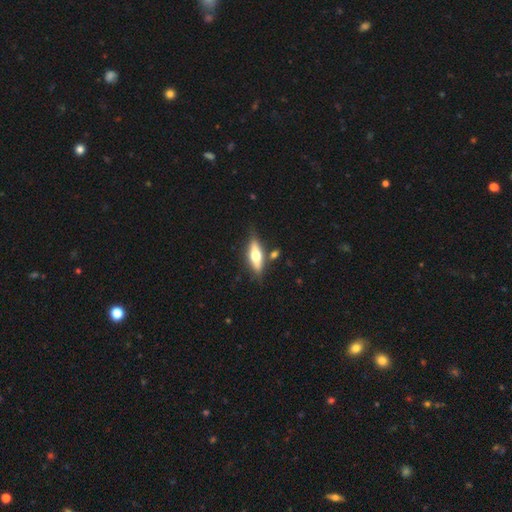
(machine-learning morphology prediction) smooth 48%, featured or disk 46%, star or artifact 6%. Down the decision tree: merging — none (77%).